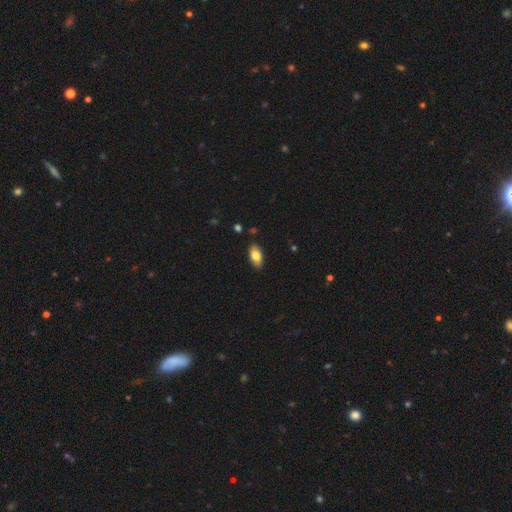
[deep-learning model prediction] The model was most divided on "smooth or featured": smooth: 82%, featured or disk: 11%, star or artifact: 7%. More confident: how rounded — in between (92%); merging — none (87%).